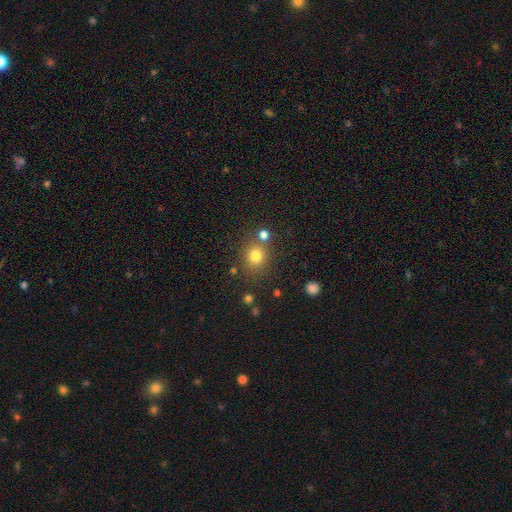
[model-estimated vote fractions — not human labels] This is likely a smooth galaxy (78%). How rounded: clearly round (83%). Merging: likely none (73%).